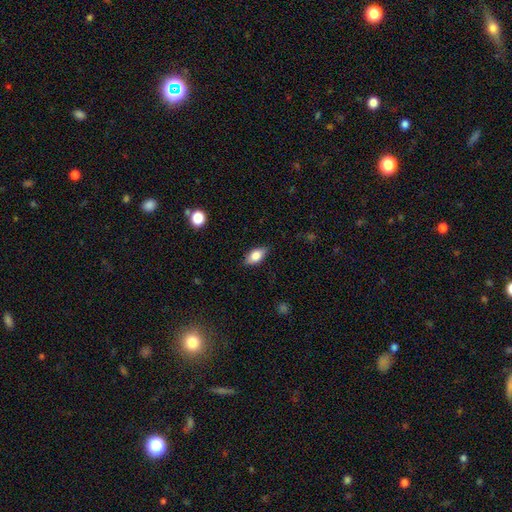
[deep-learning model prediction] Smooth or featured? smooth (78%)
How rounded? in between (87%)
Merging? none (84%)